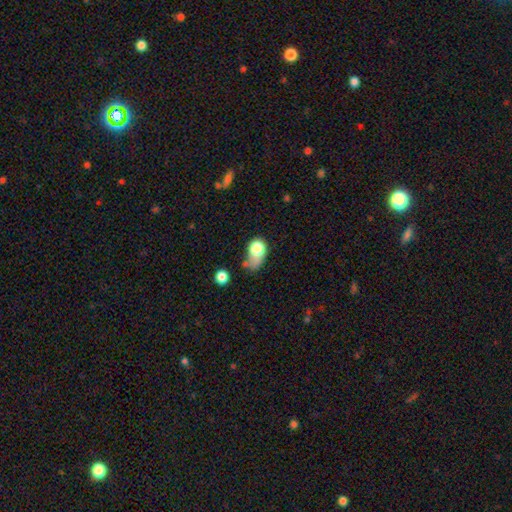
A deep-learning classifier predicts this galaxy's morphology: Smooth or featured? smooth (74%)
How rounded? in between (63%)
Merging? major disturbance (35%)